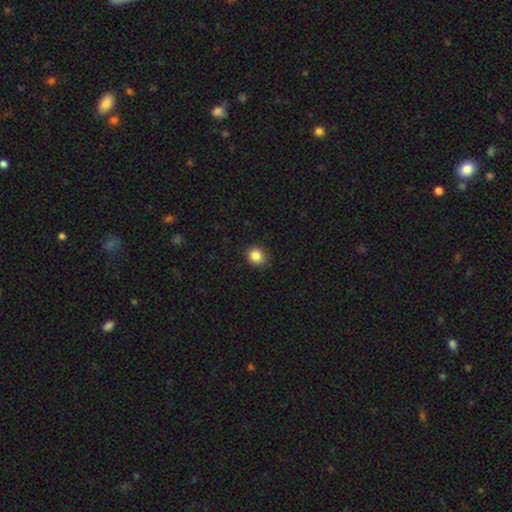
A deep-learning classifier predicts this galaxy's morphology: smooth_or_featured: smooth (p=0.86) [alt: star or artifact p=0.10]
how_rounded: round (p=0.80) [alt: in between p=0.20]
merging: none (p=0.88) [alt: minor disturbance p=0.09]